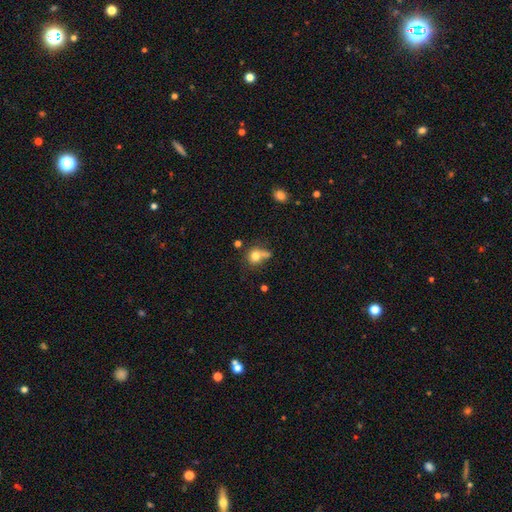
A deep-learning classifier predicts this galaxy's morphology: This appears to be a smooth galaxy with no disk features (76%) that is round (74%). Merging: none (42%).